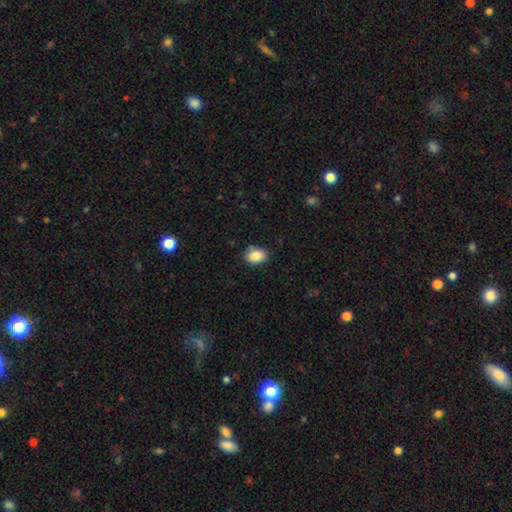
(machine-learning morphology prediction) type=smooth (87%); roundness=in between (73%); merging=none (83%).